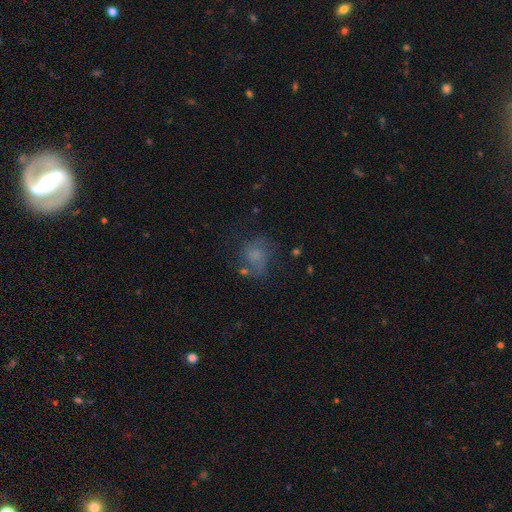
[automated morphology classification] Overall: smooth (44%; featured or disk 39%). Merging: none (50%; major disturbance 22%).